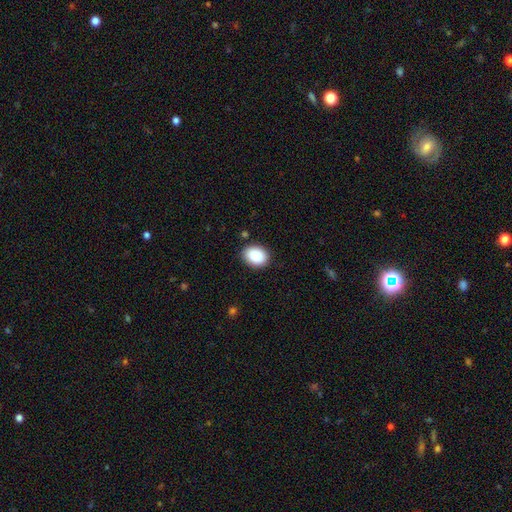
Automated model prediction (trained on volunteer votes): This is clearly a smooth galaxy (89%). How rounded: likely in between (66%). Merging: clearly none (87%).